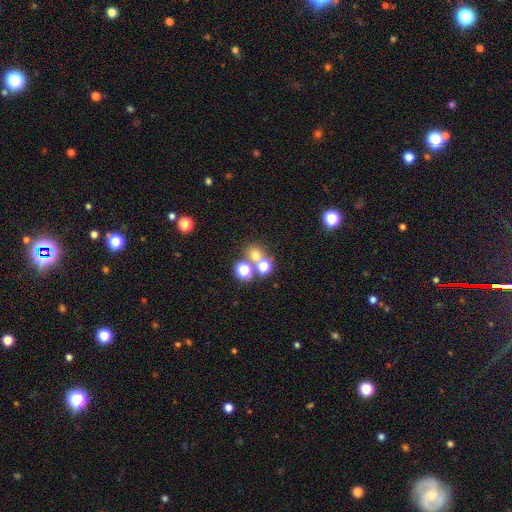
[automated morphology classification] smooth-or-featured: smooth: 63% | star or artifact: 26% | featured or disk: 11%
  how-rounded: round: 81% | in between: 18% | cigar-shaped: 1%
  merging: none: 55% | merger: 34% | minor disturbance: 7% | major disturbance: 4%